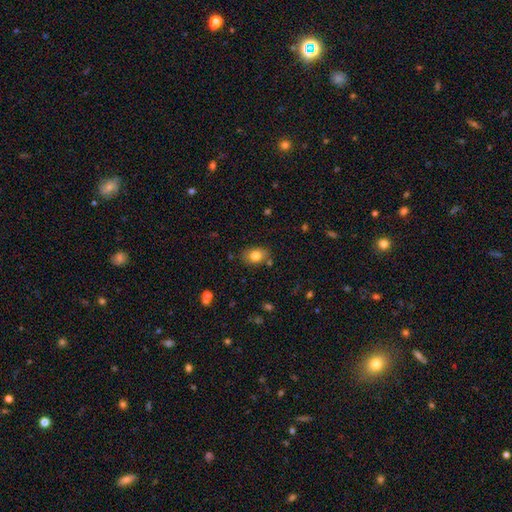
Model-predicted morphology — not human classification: smooth-or-featured: smooth: 80% | featured or disk: 11% | star or artifact: 10%
  how-rounded: in between: 71% | round: 28% | cigar-shaped: 1%
  merging: none: 80% | minor disturbance: 13% | merger: 4% | major disturbance: 3%